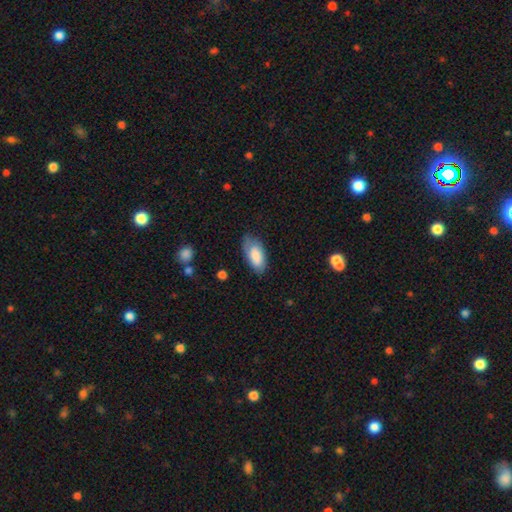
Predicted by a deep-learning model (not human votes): Overall: smooth (78%). How rounded: in between (92%). Merging: none (72%).